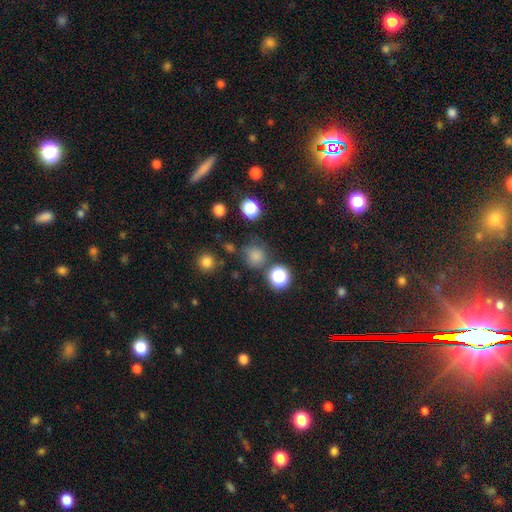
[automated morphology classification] smooth 75%, star or artifact 19%, featured or disk 6%. Down the decision tree: how rounded — round (90%); merging — none (71%).